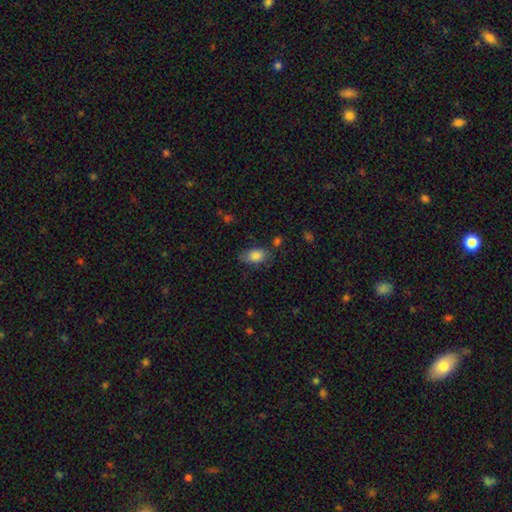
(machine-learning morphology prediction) This is clearly a smooth galaxy (82%). How rounded: clearly in between (86%). Merging: likely none (61%).